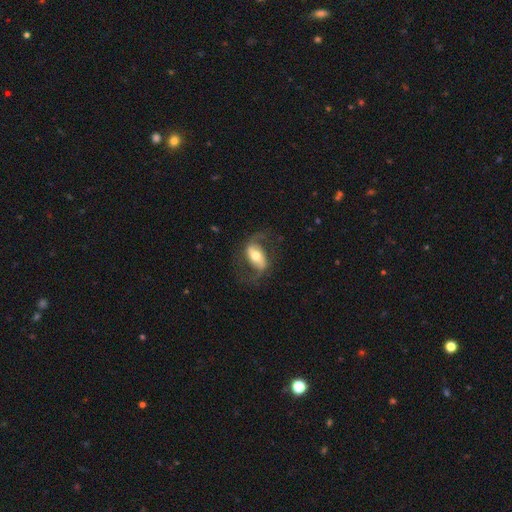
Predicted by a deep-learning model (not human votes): smooth-or-featured: featured or disk: 74% | smooth: 20% | star or artifact: 6%
  disk-edge-on: no: 93% | yes: 7%
    bar: strong: 43% | weak: 32% | no: 25%
    has-spiral-arms: yes: 87% | no: 13%
      spiral-winding: loose: 52% | medium: 38% | tight: 10%
      spiral-arm-count: 2: 90% | can't tell: 4% | 1: 3% | 3: 1% | 4: 1% | more than 4: 1%
    bulge-size: moderate: 66% | small: 19% | large: 12% | dominant: 2% | none: 1%
  merging: none: 67% | minor disturbance: 17% | major disturbance: 15% | merger: 1%